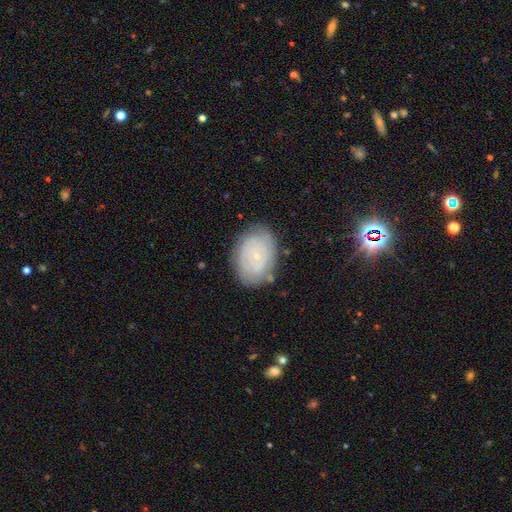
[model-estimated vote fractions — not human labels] A featured or disk galaxy (47%). Merging: none (78%).